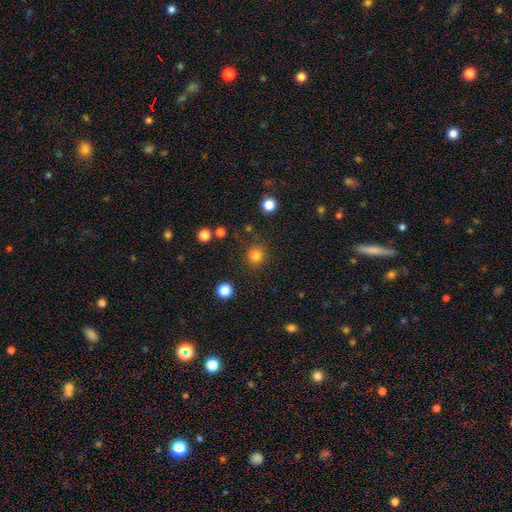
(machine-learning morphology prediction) type=smooth (78%); roundness=round (82%); merging=none (71%).